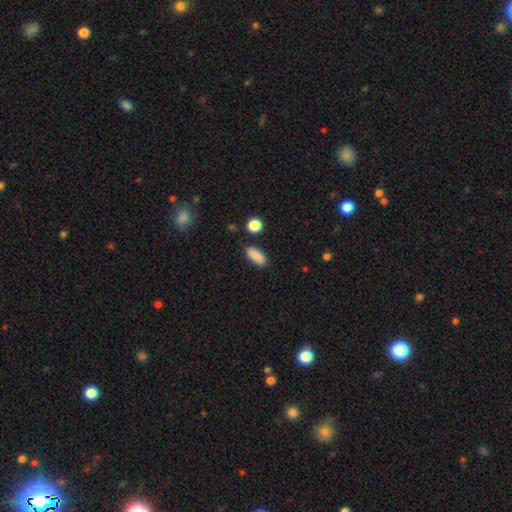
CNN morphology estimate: Smooth or featured? Predicted: smooth (p=0.89). How rounded? Predicted: in between (p=0.82). Merging? Predicted: none (p=0.84).